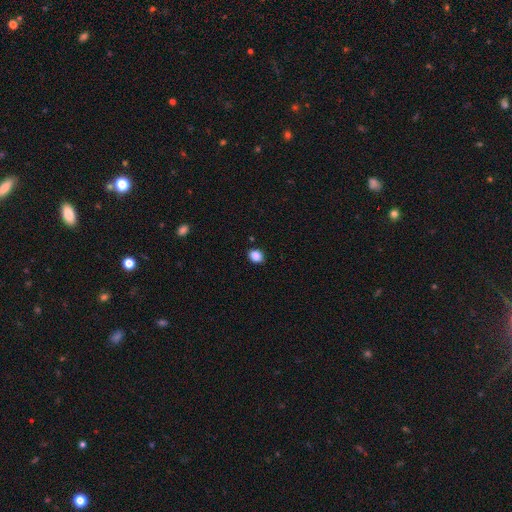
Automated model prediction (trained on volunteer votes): Overall: smooth (88%). How rounded: in between (53%; round 46%). Merging: none (88%).